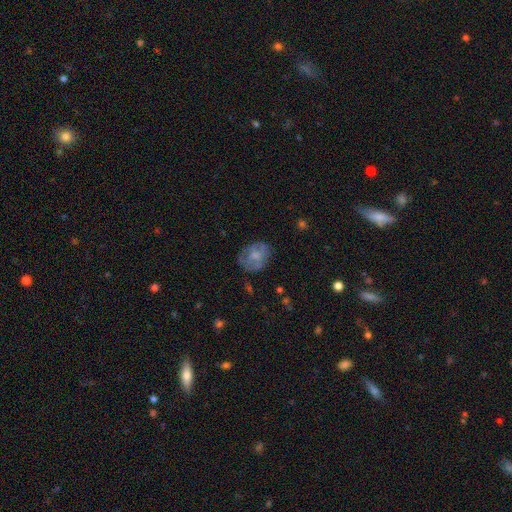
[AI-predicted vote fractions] Smooth or featured? Predicted: smooth (p=0.50). Merging? Predicted: none (p=0.61).